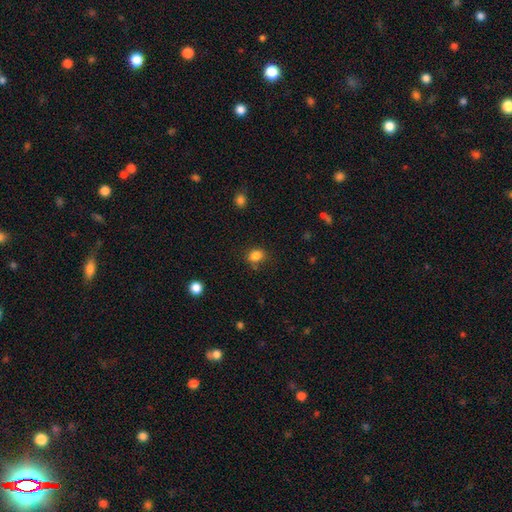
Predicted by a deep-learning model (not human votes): Smooth or featured?
  - smooth: 84% *
  - star or artifact: 11%
  - featured or disk: 4%
How rounded?
  - round: 56% *
  - in between: 43%
  - cigar-shaped: 1%
Merging?
  - none: 74% *
  - minor disturbance: 17%
  - major disturbance: 5%
  - merger: 5%